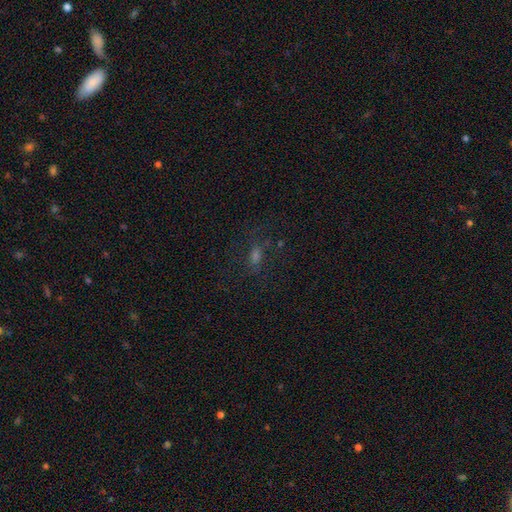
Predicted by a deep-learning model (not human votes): smooth-or-featured: smooth: 40% | star or artifact: 36% | featured or disk: 24%
  merging: none: 66% | minor disturbance: 16% | major disturbance: 15% | merger: 3%